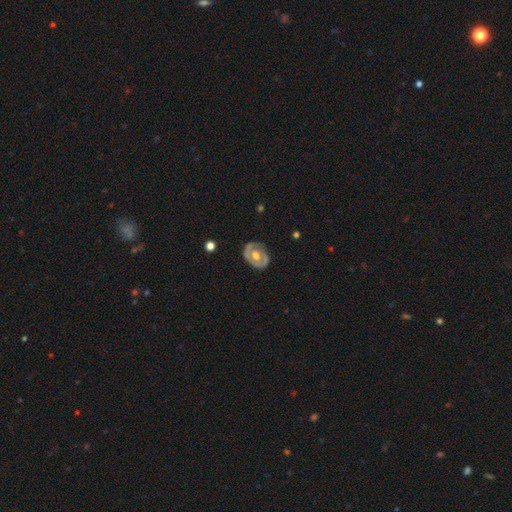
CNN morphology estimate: The model was most divided on "spiral arms": no: 66%, yes: 34%. More confident: edge-on disk — no (95%); bar — no (78%); merging — none (76%); bulge size — moderate (68%); smooth or featured — featured or disk (65%).